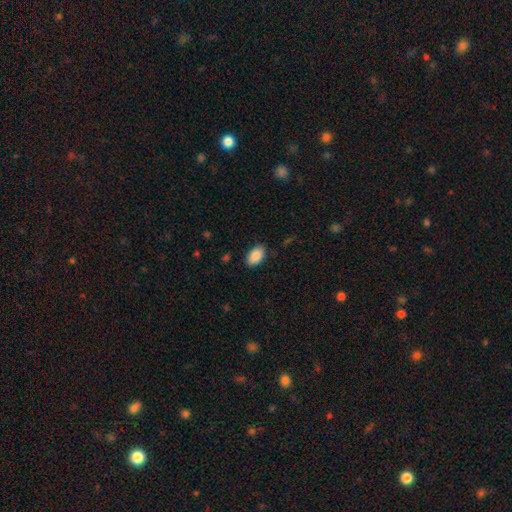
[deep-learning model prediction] Smooth or featured: smooth — 89% (star or artifact — 7%)
How rounded: in between — 93% (round — 5%)
Merging: none — 86% (minor disturbance — 11%)